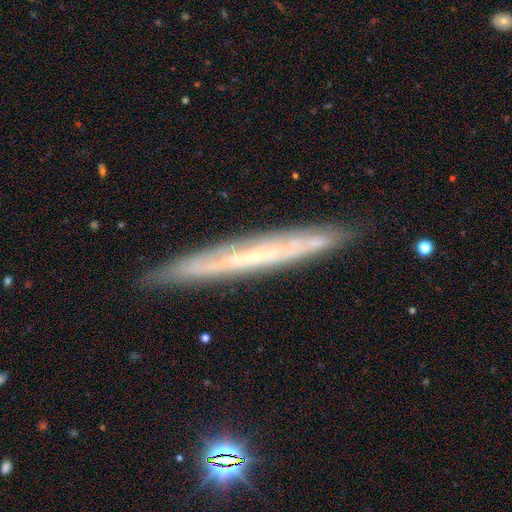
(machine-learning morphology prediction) This is likely a featured or disk galaxy (69%). It is clearly viewed edge-on (86%). Edge-on bulge: likely none (77%). Merging: clearly none (87%).